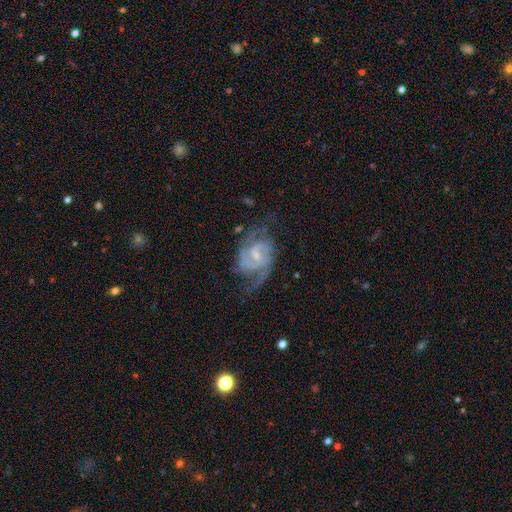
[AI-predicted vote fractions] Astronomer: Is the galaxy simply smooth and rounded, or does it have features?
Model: featured or disk — 89%.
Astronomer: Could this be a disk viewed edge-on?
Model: no — 97%.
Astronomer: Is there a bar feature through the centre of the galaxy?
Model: weak — 58%.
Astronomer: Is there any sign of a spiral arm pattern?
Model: yes — 97%.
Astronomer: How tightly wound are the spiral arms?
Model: medium — 49% (runner-up: tight, 38%).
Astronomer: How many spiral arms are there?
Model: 2 — 78%.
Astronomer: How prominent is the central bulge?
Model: small — 54% (runner-up: moderate, 35%).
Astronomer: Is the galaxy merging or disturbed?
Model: none — 60%.